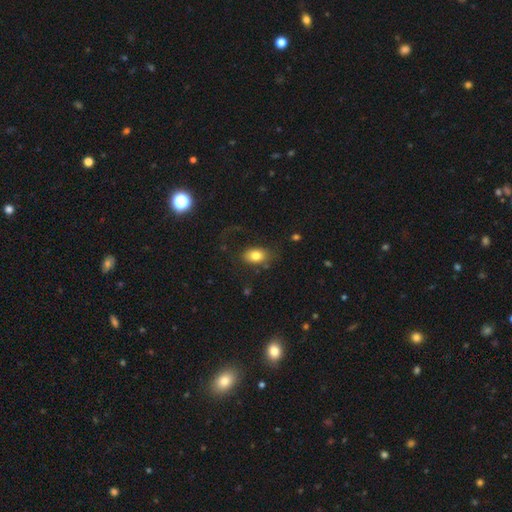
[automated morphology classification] Smooth or featured? smooth (79%)
How rounded? in between (84%)
Merging? none (72%)